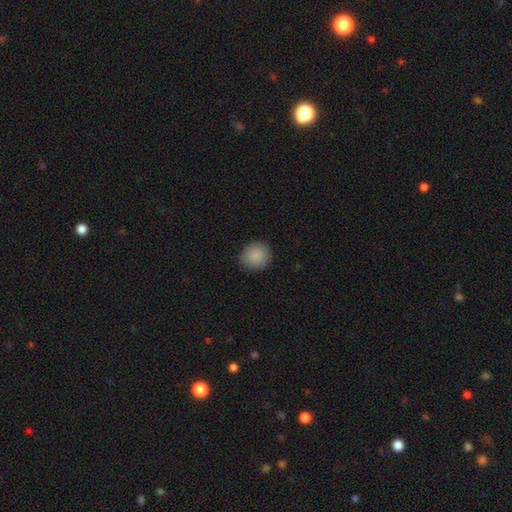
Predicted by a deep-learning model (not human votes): Q: Smooth or featured?
A: smooth (89%); runner-up: star or artifact (8%)
Q: How rounded?
A: round (87%); runner-up: in between (12%)
Q: Merging?
A: none (89%); runner-up: minor disturbance (8%)